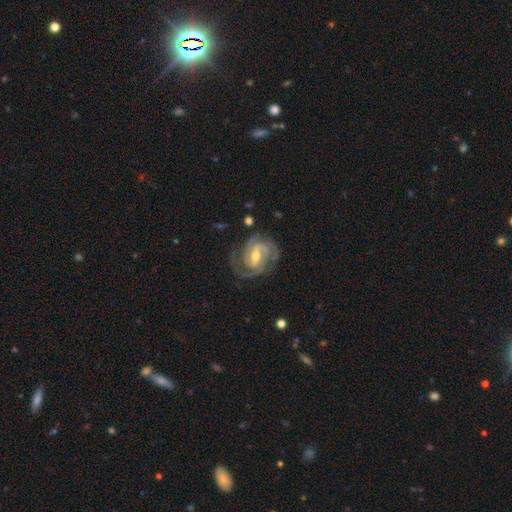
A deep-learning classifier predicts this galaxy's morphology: This appears to be a featured or disk galaxy (90%) with a weak bar (50%), 2 (54%) tight (59%) spiral arms (98%) and a moderate central bulge (67%). Merging: none (72%).